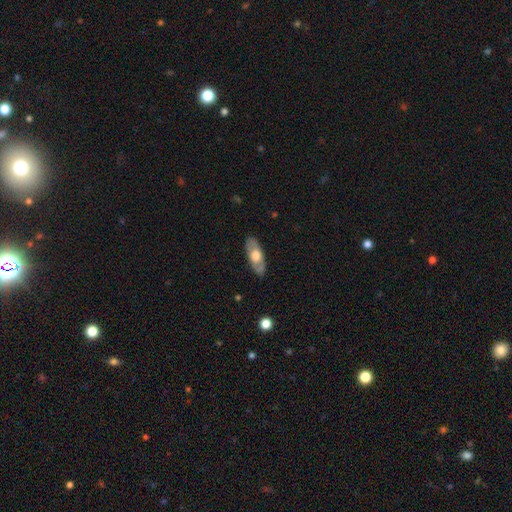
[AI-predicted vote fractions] Smooth or featured?
  - smooth: 51% *
  - featured or disk: 44%
  - star or artifact: 5%
How rounded?
  - in between: 81% *
  - cigar-shaped: 16%
  - round: 3%
Merging?
  - none: 86% *
  - minor disturbance: 11%
  - major disturbance: 2%
  - merger: 1%